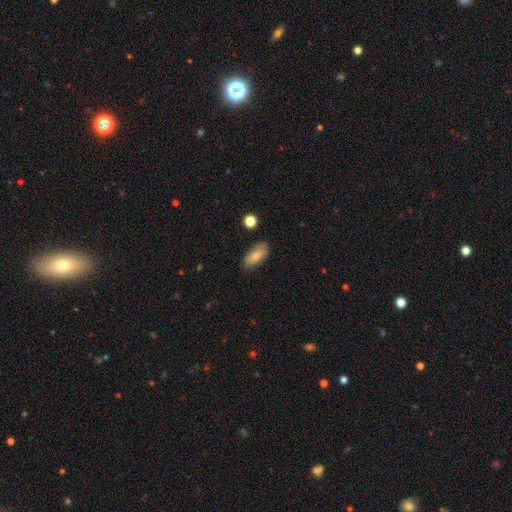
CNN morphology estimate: smooth_or_featured: smooth (p=0.80) [alt: featured or disk p=0.12]
how_rounded: in between (p=0.88) [alt: cigar-shaped p=0.09]
merging: none (p=0.81) [alt: minor disturbance p=0.14]